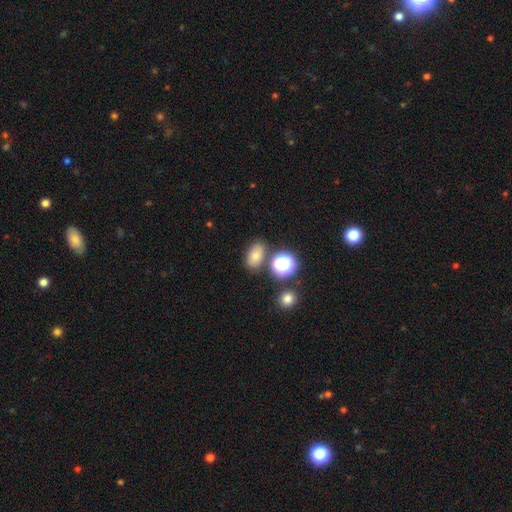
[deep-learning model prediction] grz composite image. It shows a smooth galaxy with no disk features (64%) that is in between round and cigar-shaped (78%). Merging: none (77%).